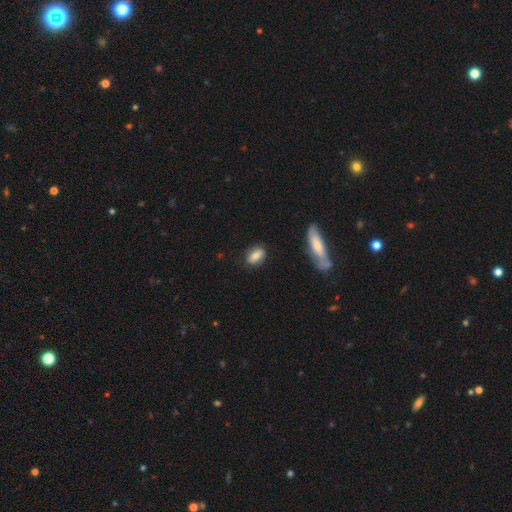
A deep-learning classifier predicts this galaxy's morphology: This is likely a smooth galaxy (80%). How rounded: clearly in between (85%). Merging: clearly none (82%).